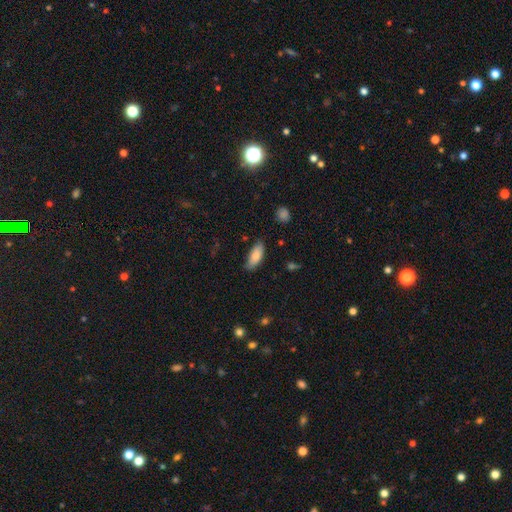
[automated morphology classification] A smooth galaxy with no disk features (82%) that is in between round and cigar-shaped (78%). Merging: none (79%).